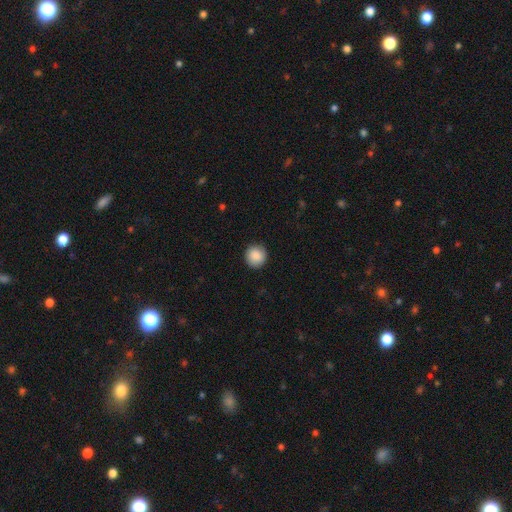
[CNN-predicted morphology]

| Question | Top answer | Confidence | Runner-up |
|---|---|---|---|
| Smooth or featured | smooth | 89% | star or artifact (7%) |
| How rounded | round | 94% | in between (5%) |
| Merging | none | 90% | minor disturbance (7%) |